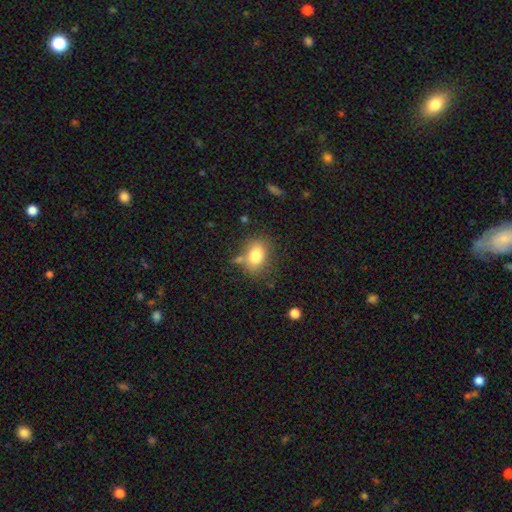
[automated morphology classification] type=smooth (81%); roundness=in between (70%); merging=none (67%).